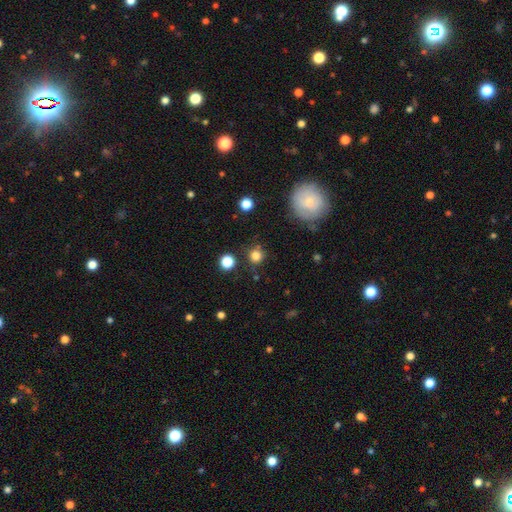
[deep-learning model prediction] This appears to be a smooth galaxy with no disk features (80%) that is round (93%). Merging: none (84%).